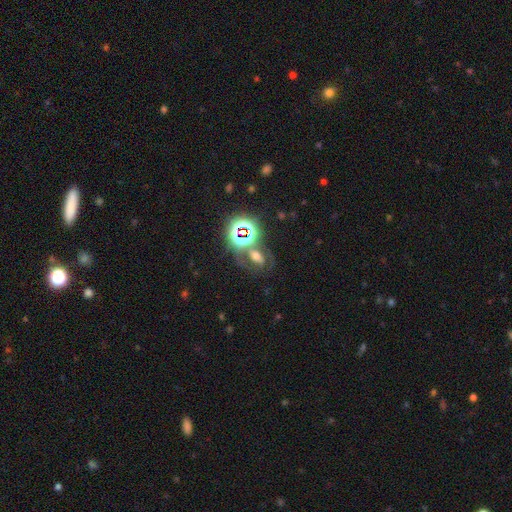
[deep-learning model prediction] smooth-or-featured: star or artifact: 40% | smooth: 31% | featured or disk: 29%